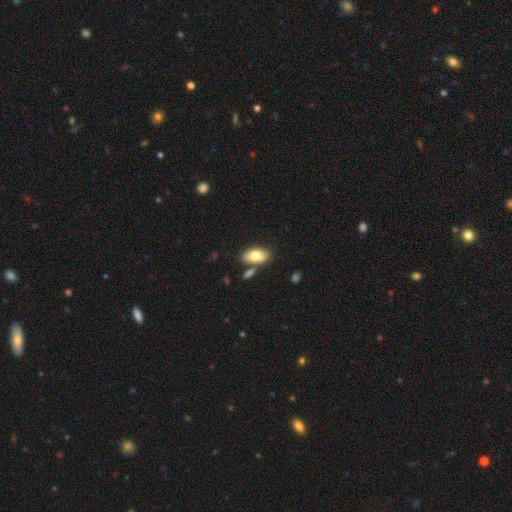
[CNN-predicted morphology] Smooth or featured?
  - smooth: 75% *
  - featured or disk: 19%
  - star or artifact: 7%
How rounded?
  - in between: 91% *
  - round: 4%
  - cigar-shaped: 4%
Merging?
  - none: 71% *
  - minor disturbance: 13%
  - merger: 12%
  - major disturbance: 3%